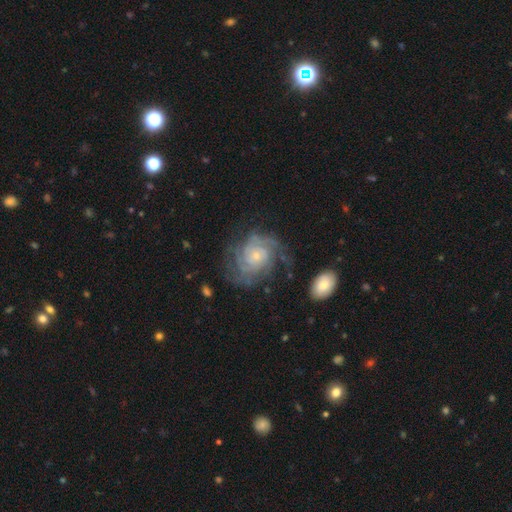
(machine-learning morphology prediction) A featured or disk galaxy (85%) with no bar (76%), tight (63%) spiral arms (96%) and a small central bulge (73%).

Vote fractions:
- Smooth or featured? featured or disk: 85% / smooth: 9% / star or artifact: 6%
- Edge-on disk? no: 98% / yes: 2%
- Bar? no: 76% / weak: 20% / strong: 4%
- Spiral arms? yes: 96% / no: 4%
- Spiral winding? tight: 63% / medium: 30% / loose: 8%
- Spiral arm count? can't tell: 29% / 3: 21% / 4: 18% / 2: 18% / more than 4: 8% / 1: 6%
- Bulge size? small: 73% / moderate: 20% / none: 3% / large: 2% / dominant: 1%
- Merging? none: 65% / minor disturbance: 18% / major disturbance: 14% / merger: 3%